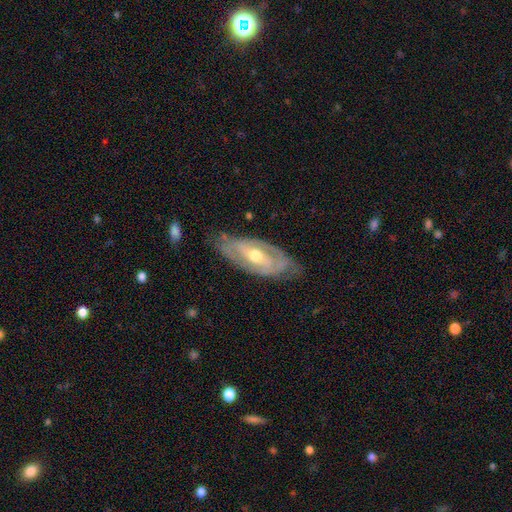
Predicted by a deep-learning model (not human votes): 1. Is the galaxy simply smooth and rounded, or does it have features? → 80% featured or disk, 15% smooth, 5% star or artifact.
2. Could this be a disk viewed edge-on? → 87% no, 13% yes.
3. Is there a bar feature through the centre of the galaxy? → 44% no, 36% weak, 20% strong.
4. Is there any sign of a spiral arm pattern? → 73% yes, 27% no.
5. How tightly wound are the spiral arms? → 57% tight, 32% medium, 12% loose.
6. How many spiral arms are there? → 57% 2, 31% can't tell, 4% 1, 4% 3, 2% 4, 2% more than 4.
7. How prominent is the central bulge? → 69% moderate, 25% small, 4% large, 1% none, 1% dominant.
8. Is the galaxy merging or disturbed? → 72% none, 20% minor disturbance, 6% major disturbance, 1% merger.